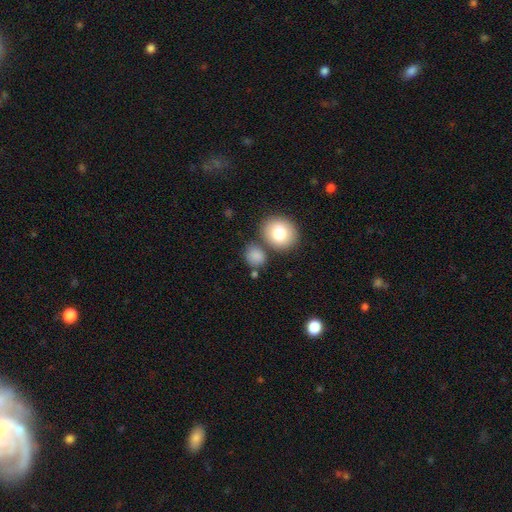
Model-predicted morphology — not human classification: type=smooth (84%); roundness=round (68%); merging=none (66%).